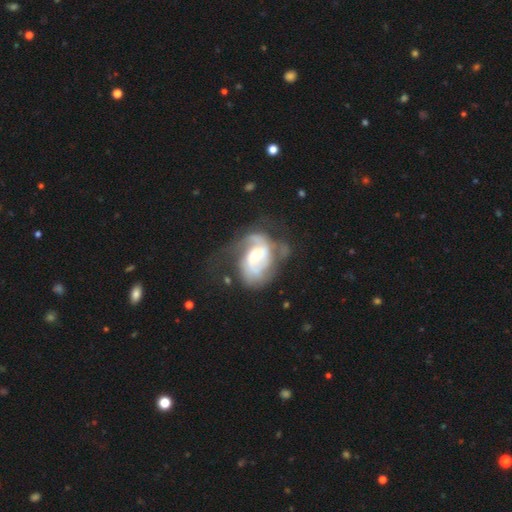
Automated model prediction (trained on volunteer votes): smooth_or_featured: featured or disk (p=0.80) [alt: smooth p=0.15]
disk_edge_on: no (p=0.97) [alt: yes p=0.03]
bar: no (p=0.50) [alt: weak p=0.37]
has_spiral_arms: yes (p=0.88) [alt: no p=0.12]
spiral_winding: medium (p=0.43) [alt: tight p=0.30]
spiral_arm_count: 2 (p=0.59) [alt: can't tell p=0.19]
bulge_size: moderate (p=0.56) [alt: small p=0.37]
merging: none (p=0.41) [alt: major disturbance p=0.31]